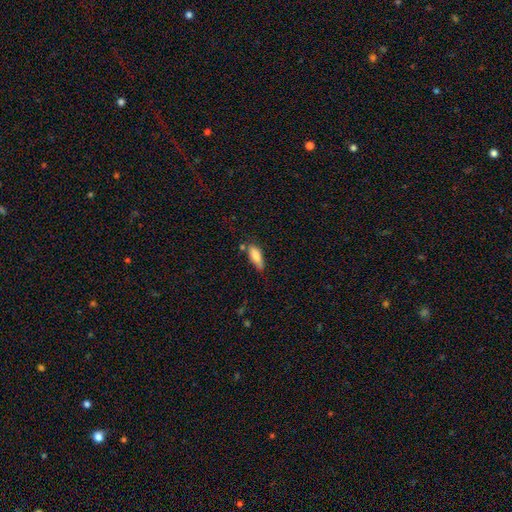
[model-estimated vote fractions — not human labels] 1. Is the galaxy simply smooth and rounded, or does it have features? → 82% smooth, 11% featured or disk, 7% star or artifact.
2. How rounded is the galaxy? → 70% in between, 28% cigar-shaped, 2% round.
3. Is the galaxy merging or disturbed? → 60% none, 26% minor disturbance, 8% merger, 6% major disturbance.